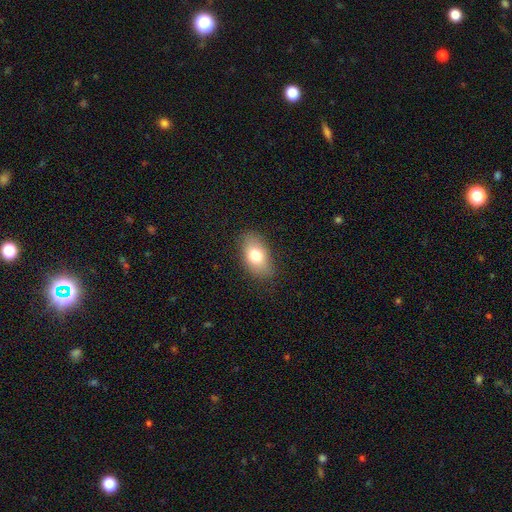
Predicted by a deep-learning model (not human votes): This is likely a smooth galaxy (76%). How rounded: clearly in between (89%). Merging: clearly none (83%).